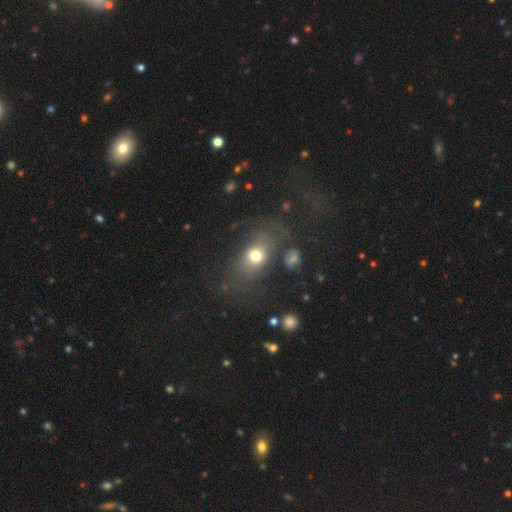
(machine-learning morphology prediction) A smooth galaxy with no disk features (67%) that is in between round and cigar-shaped (64%).

Vote fractions:
- Smooth or featured? smooth: 67% / featured or disk: 19% / star or artifact: 15%
- How rounded? in between: 64% / round: 33% / cigar-shaped: 3%
- Merging? none: 57% / major disturbance: 20% / minor disturbance: 18% / merger: 5%